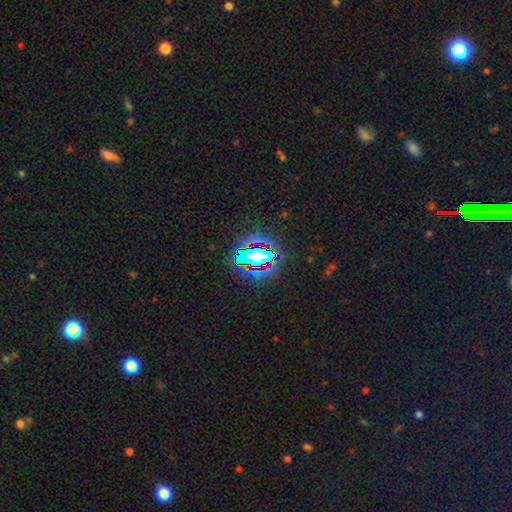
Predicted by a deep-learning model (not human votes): A star or artifact, not a galaxy (61%).